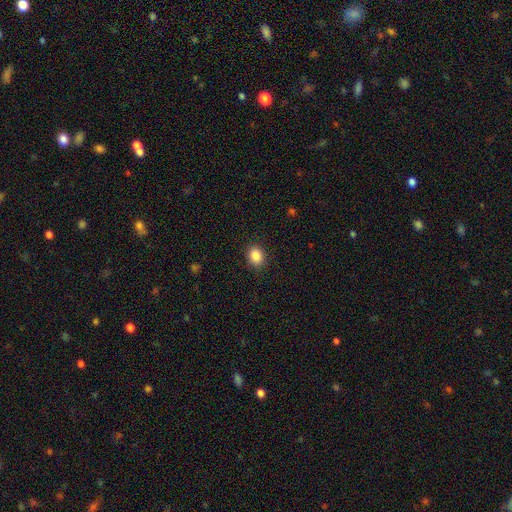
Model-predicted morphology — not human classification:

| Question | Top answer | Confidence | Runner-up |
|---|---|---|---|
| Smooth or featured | smooth | 87% | star or artifact (9%) |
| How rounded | round | 54% | in between (45%) |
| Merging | none | 89% | minor disturbance (8%) |